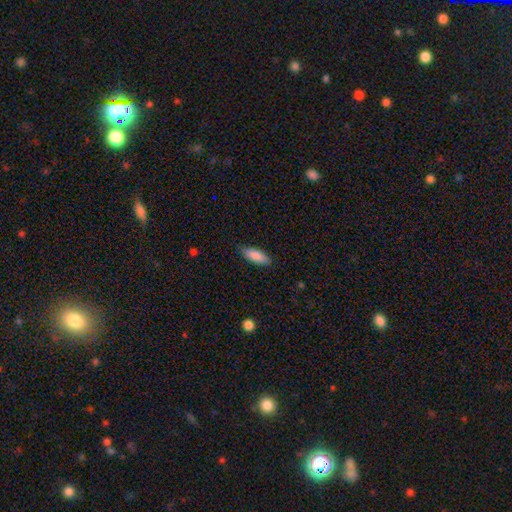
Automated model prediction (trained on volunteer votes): Smooth or featured? Predicted: smooth (p=0.87). How rounded? Predicted: in between (p=0.73). Merging? Predicted: none (p=0.84).